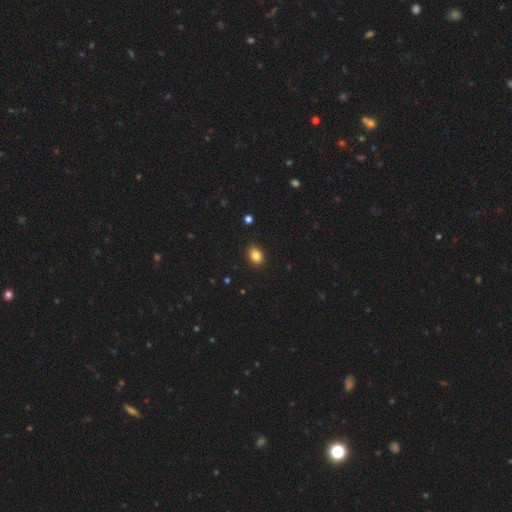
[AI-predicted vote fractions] A smooth galaxy with no disk features (85%) that is in between round and cigar-shaped (72%).

Vote fractions:
- Smooth or featured? smooth: 85% / star or artifact: 10% / featured or disk: 5%
- How rounded? in between: 72% / round: 27% / cigar-shaped: 1%
- Merging? none: 89% / minor disturbance: 9% / major disturbance: 2% / merger: 1%